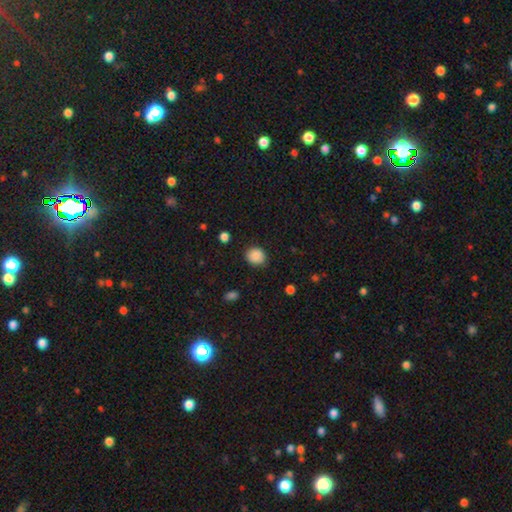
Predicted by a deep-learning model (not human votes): This appears to be a smooth galaxy with no disk features (88%) that is round (76%). Merging: none (84%).